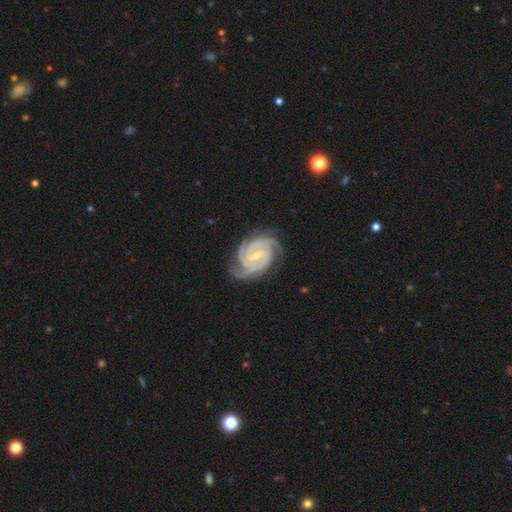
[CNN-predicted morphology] A featured or disk galaxy (93%) with a weak bar (47%), 3 (42%) tight (69%) spiral arms (99%) and a small central bulge (64%).

Vote fractions:
- Smooth or featured? featured or disk: 93% / star or artifact: 4% / smooth: 3%
- Edge-on disk? no: 98% / yes: 2%
- Bar? weak: 47% / no: 28% / strong: 25%
- Spiral arms? yes: 99% / no: 1%
- Spiral winding? tight: 69% / medium: 27% / loose: 3%
- Spiral arm count? 3: 42% / 2: 27% / 4: 13% / can't tell: 8% / more than 4: 5% / 1: 5%
- Bulge size? small: 64% / moderate: 32% / none: 1% / large: 1% / dominant: 1%
- Merging? none: 77% / minor disturbance: 17% / major disturbance: 5% / merger: 1%